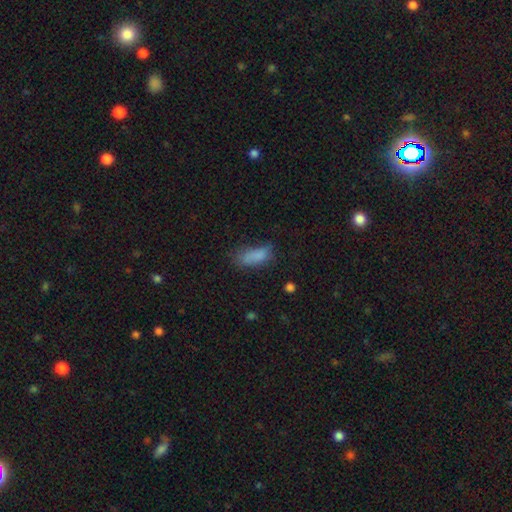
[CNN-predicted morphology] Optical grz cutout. It shows a smooth galaxy with no disk features (80%) that is in between round and cigar-shaped (78%). Merging: none (48%).